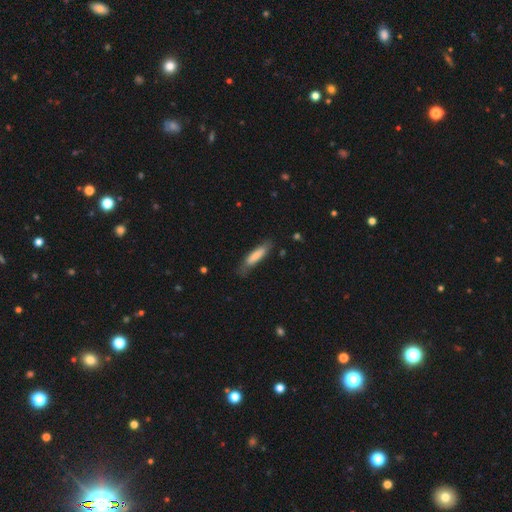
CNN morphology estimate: A smooth galaxy with no disk features (78%) that is cigar-shaped (75%). Merging: none (70%).